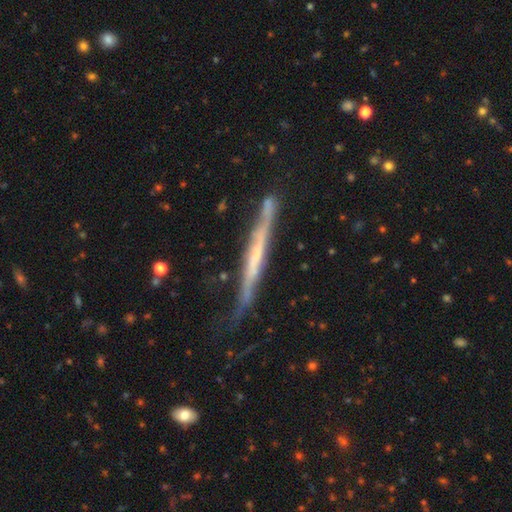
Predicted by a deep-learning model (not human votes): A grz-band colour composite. It shows a featured or disk galaxy (69%) viewed edge-on (91%) with no central bulge (73%). Merging: none (62%).